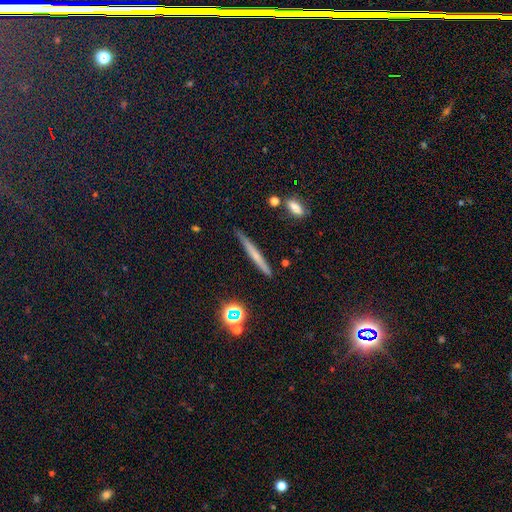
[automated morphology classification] Q: Smooth or featured?
A: smooth (50%); runner-up: featured or disk (39%)
Q: Merging?
A: none (86%); runner-up: minor disturbance (10%)